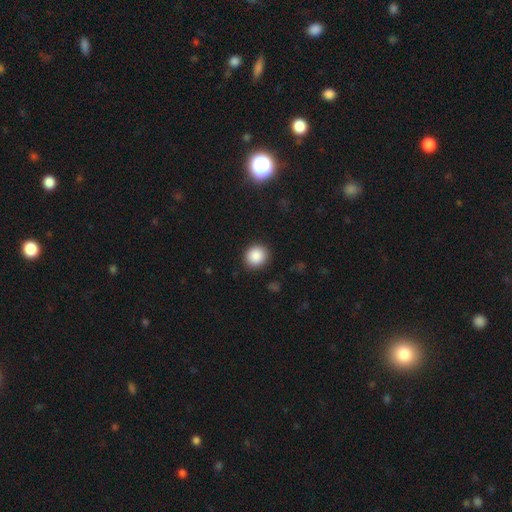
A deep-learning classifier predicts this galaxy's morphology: A smooth galaxy with no disk features (88%) that is round (88%). Merging: none (90%).